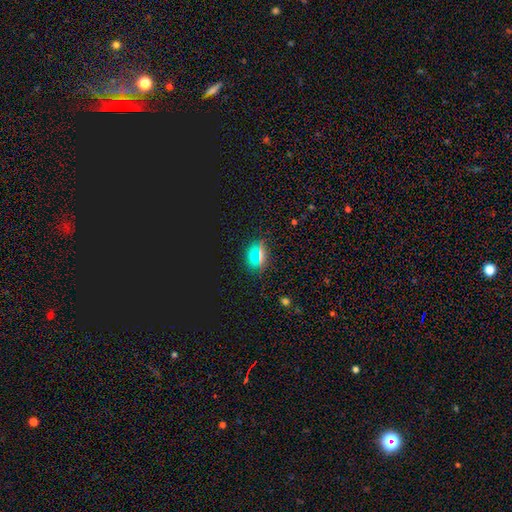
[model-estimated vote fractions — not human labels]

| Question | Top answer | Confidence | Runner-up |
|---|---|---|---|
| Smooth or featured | smooth | 57% | star or artifact (35%) |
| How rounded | in between | 47% | tied: round (47%) |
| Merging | none | 84% | minor disturbance (10%) |